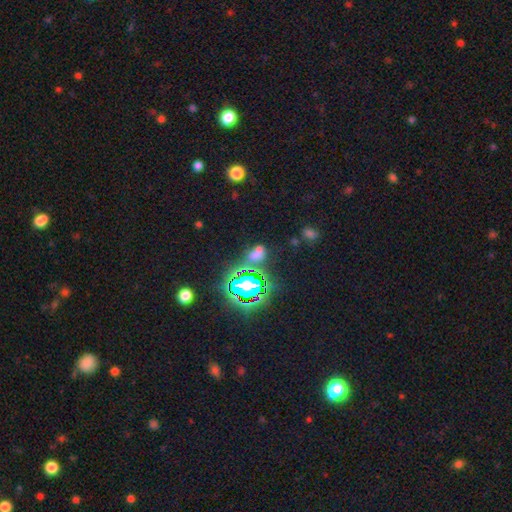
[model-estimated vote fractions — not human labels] Smooth or featured? star or artifact (53%)